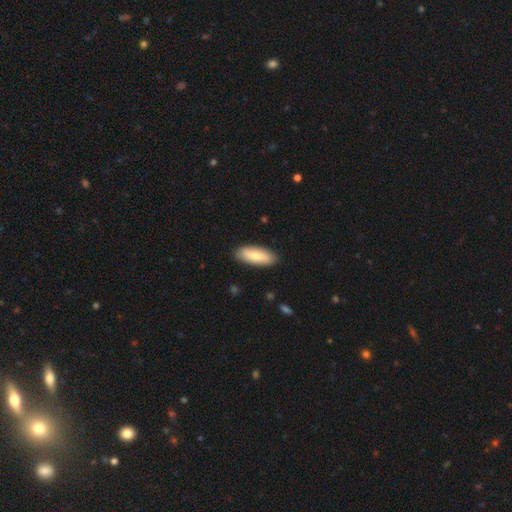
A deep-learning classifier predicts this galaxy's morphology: Overall: smooth (75%). How rounded: in between (72%). Merging: none (88%).